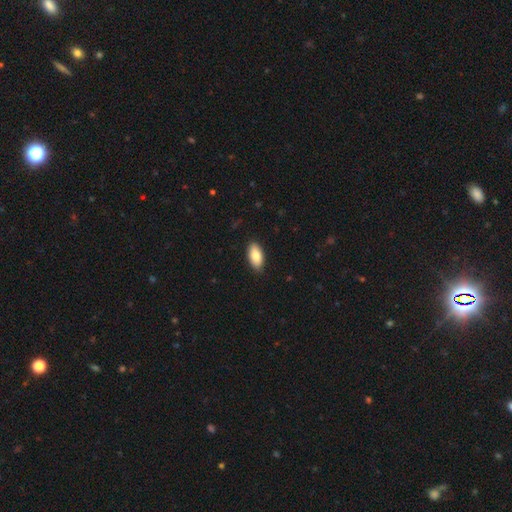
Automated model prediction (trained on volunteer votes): smooth 84%, featured or disk 10%, star or artifact 6%. Down the decision tree: how rounded — in between (92%); merging — none (88%).